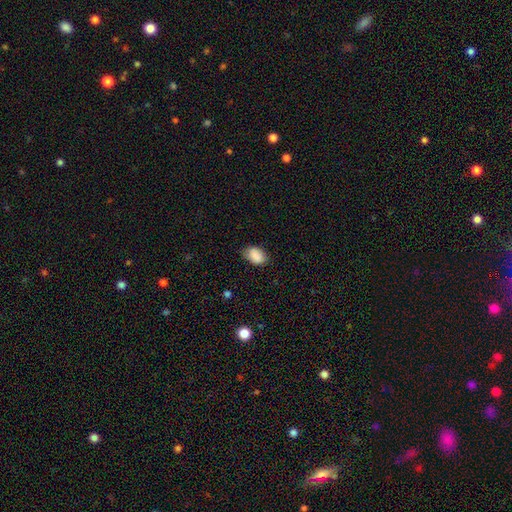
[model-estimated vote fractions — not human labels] Smooth or featured?
  - smooth: 88% *
  - star or artifact: 7%
  - featured or disk: 5%
How rounded?
  - in between: 87% *
  - round: 12%
  - cigar-shaped: 1%
Merging?
  - none: 75% *
  - minor disturbance: 20%
  - major disturbance: 4%
  - merger: 1%